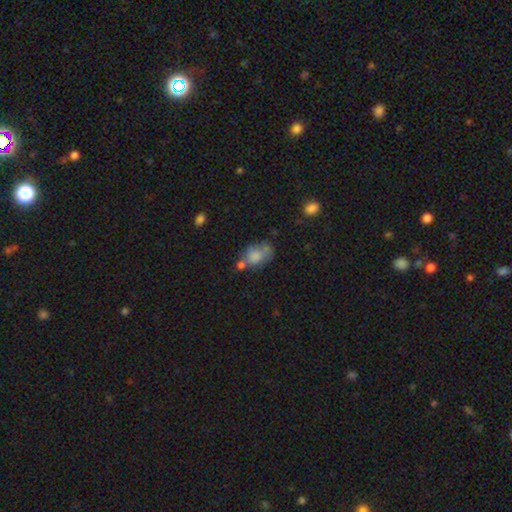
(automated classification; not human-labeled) A smooth galaxy with no disk features (70%) that is in between round and cigar-shaped (79%). Merging: none (32%).